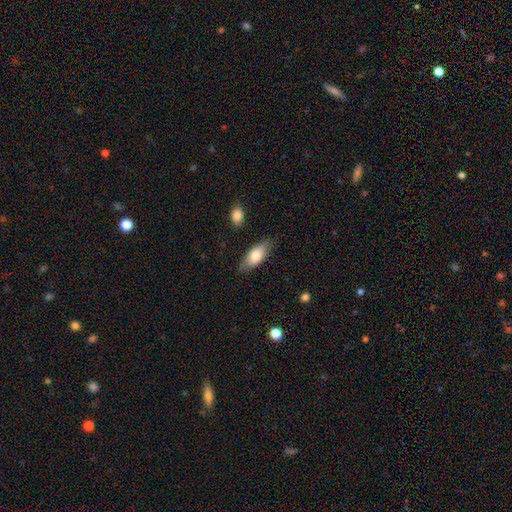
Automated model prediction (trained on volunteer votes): Overall: smooth (75%). How rounded: in between (85%). Merging: none (80%).